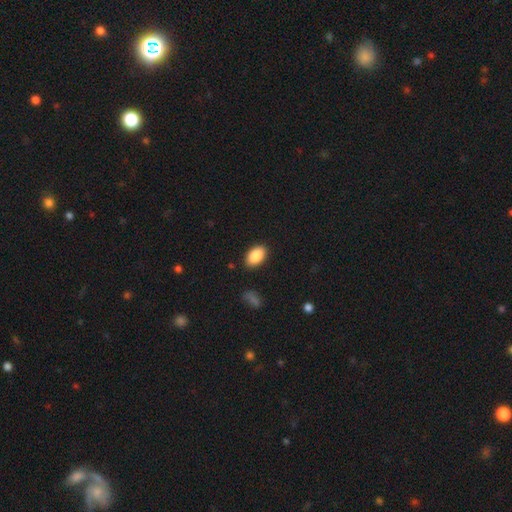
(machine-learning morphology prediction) The model was most divided on "merging": none: 87%, minor disturbance: 9%, major disturbance: 2%, merger: 2%. More confident: how rounded — in between (92%); smooth or featured — smooth (88%).